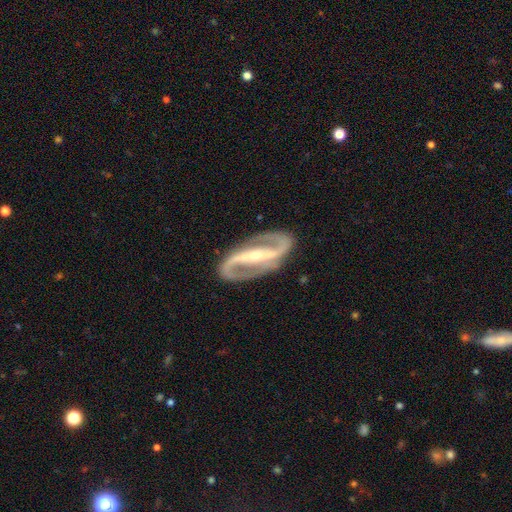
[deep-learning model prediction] Overall: featured or disk (93%). Edge-on disk: no (95%). Bar: strong (75%). Spiral arms: yes (97%). Spiral arm count: 2 (94%). Spiral winding: medium (51%; loose 26%). Bulge size: small (67%; moderate 29%). Merging: none (87%).